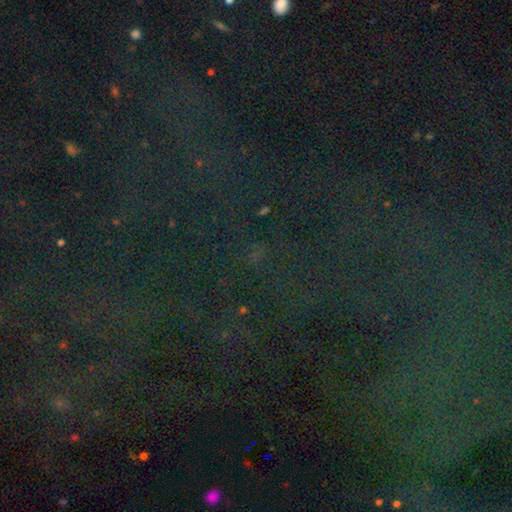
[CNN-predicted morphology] Smooth or featured? Predicted: star or artifact (p=0.78).